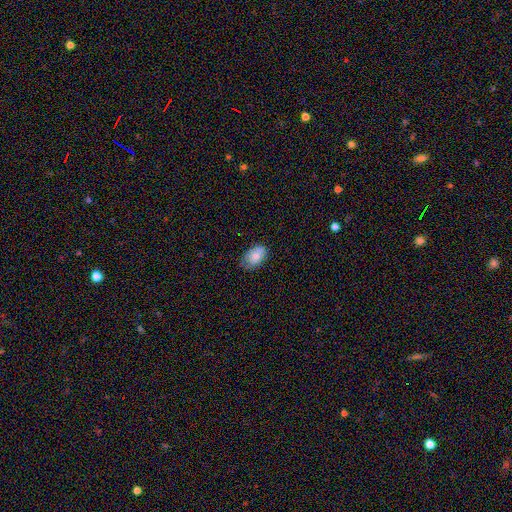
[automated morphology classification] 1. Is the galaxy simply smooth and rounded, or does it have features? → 83% smooth, 10% featured or disk, 7% star or artifact.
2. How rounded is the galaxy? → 92% in between, 7% round, 1% cigar-shaped.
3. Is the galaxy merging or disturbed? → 71% none, 24% minor disturbance, 5% major disturbance, 1% merger.